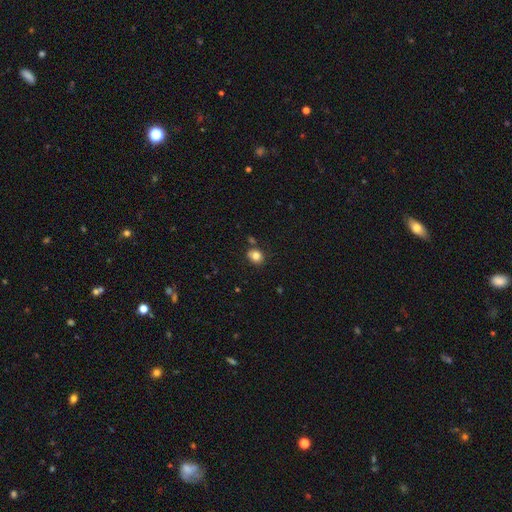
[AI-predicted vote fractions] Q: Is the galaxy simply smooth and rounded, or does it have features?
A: smooth — 81%.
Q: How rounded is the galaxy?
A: round — 67%.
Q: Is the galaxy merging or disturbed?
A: none — 77%.